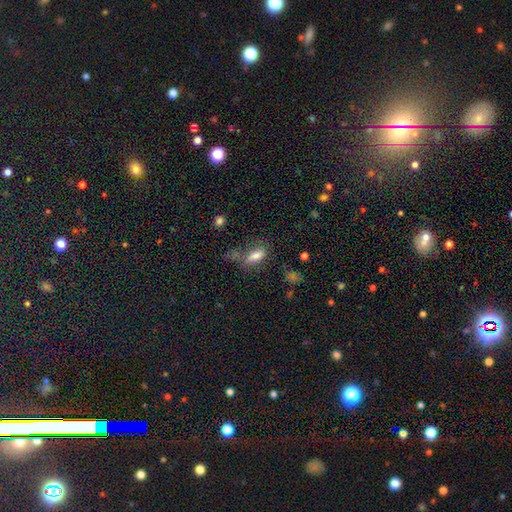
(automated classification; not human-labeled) This is likely a smooth galaxy (76%). How rounded: likely in between (80%). Merging: possibly none (50%).